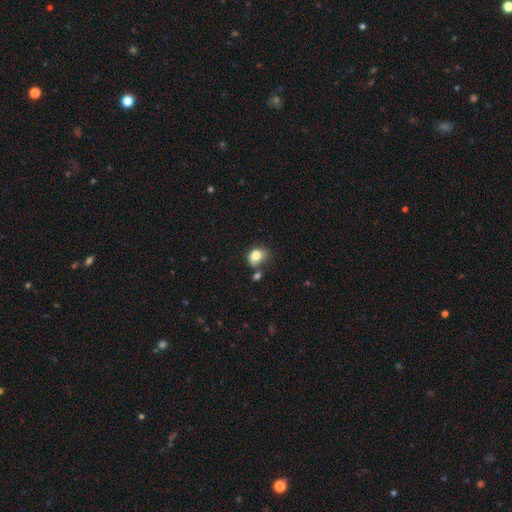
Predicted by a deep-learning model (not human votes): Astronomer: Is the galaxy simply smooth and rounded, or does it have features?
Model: smooth — 81%.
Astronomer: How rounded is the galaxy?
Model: in between — 61% (runner-up: round, 38%).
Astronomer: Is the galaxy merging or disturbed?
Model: none — 47% (runner-up: minor disturbance, 26%).